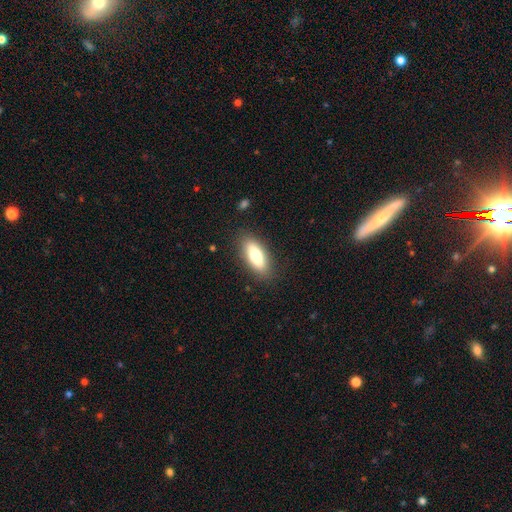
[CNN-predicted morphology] A smooth galaxy with no disk features (74%) that is in between round and cigar-shaped (70%). Merging: none (86%).